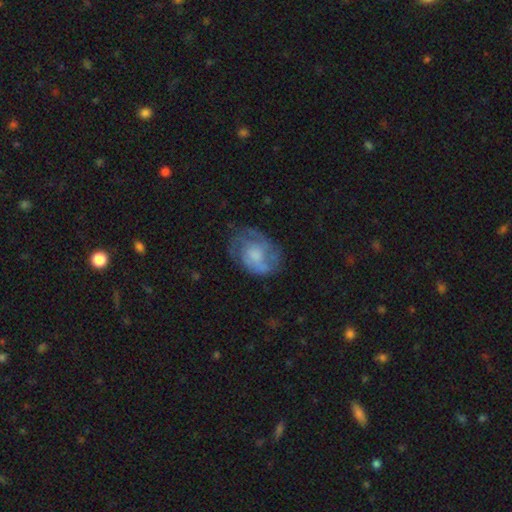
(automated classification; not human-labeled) Smooth or featured? featured or disk (60%)
Edge-on disk? no (97%)
Bar? no (74%)
Spiral arms? yes (76%)
Bulge size? moderate (38%)
Merging? none (57%)